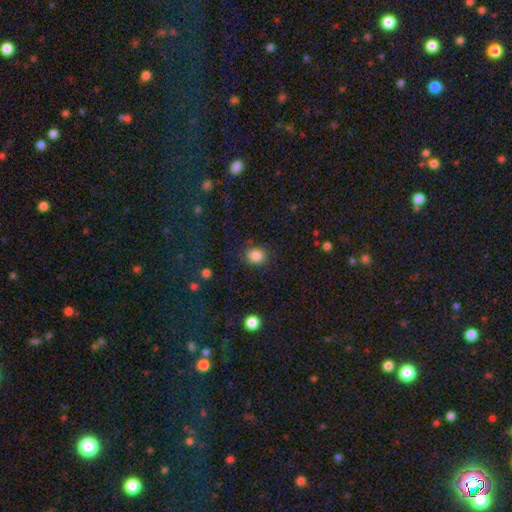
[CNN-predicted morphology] Smooth or featured? smooth (85%)
How rounded? round (74%)
Merging? none (83%)